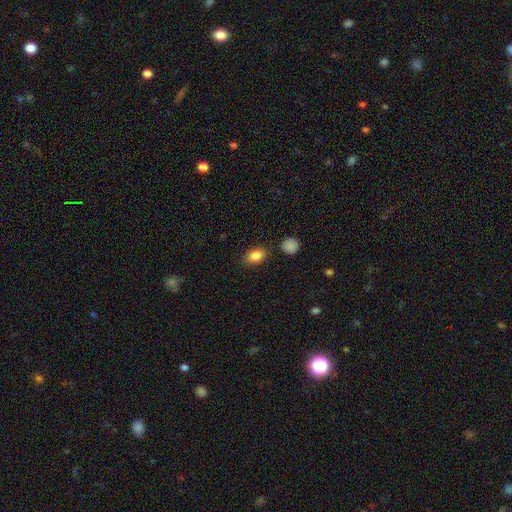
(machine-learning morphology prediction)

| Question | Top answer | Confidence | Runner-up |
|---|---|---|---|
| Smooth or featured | smooth | 85% | star or artifact (8%) |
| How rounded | in between | 82% | round (16%) |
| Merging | none | 82% | minor disturbance (12%) |